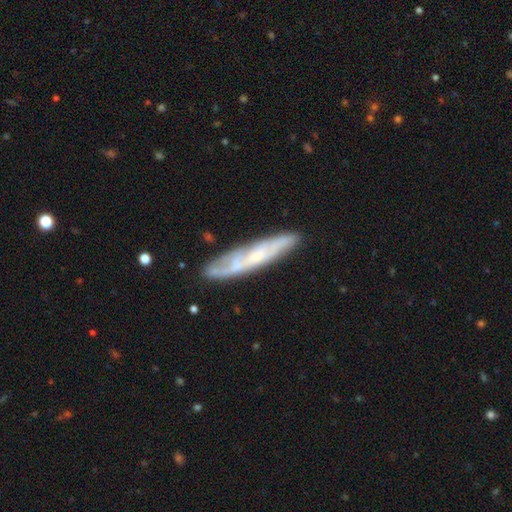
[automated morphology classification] The model was most divided on "edge-on disk": yes: 53%, no: 47%. More confident: merging — none (77%); smooth or featured — featured or disk (65%).